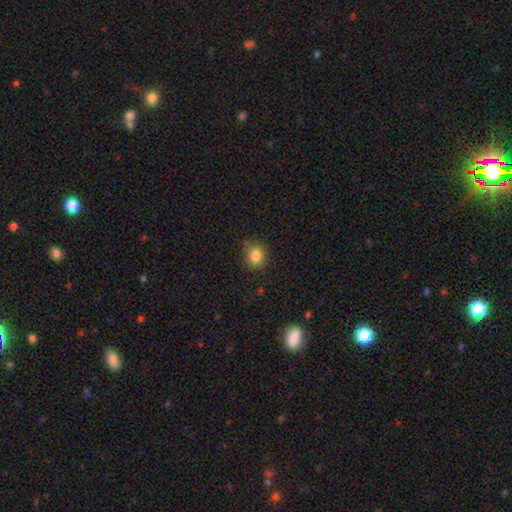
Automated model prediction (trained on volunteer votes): The model was most divided on "how rounded": round: 82%, in between: 17%, cigar-shaped: 1%. More confident: smooth or featured — smooth (84%); merging — none (83%).